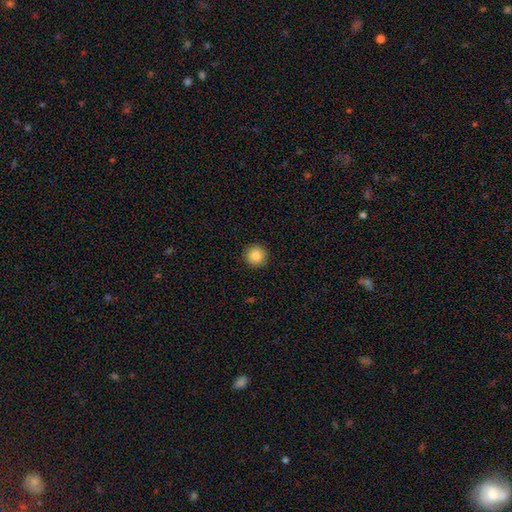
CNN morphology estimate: Smooth or featured? smooth (86%)
How rounded? round (96%)
Merging? none (92%)